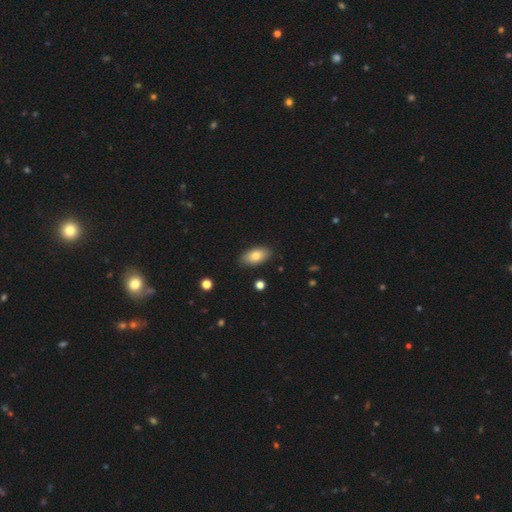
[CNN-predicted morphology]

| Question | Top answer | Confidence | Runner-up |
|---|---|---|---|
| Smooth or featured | smooth | 79% | featured or disk (14%) |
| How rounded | in between | 93% | round (4%) |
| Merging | none | 86% | minor disturbance (10%) |